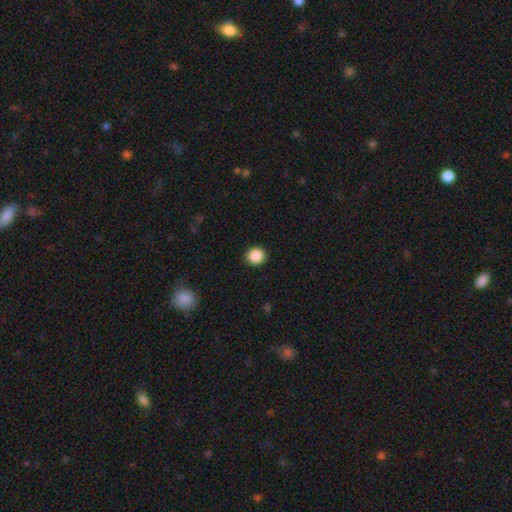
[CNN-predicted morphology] A smooth galaxy with no disk features (89%) that is round (88%).

Vote fractions:
- Smooth or featured? smooth: 89% / star or artifact: 9% / featured or disk: 3%
- How rounded? round: 88% / in between: 11% / cigar-shaped: 1%
- Merging? none: 92% / minor disturbance: 5% / major disturbance: 2% / merger: 1%